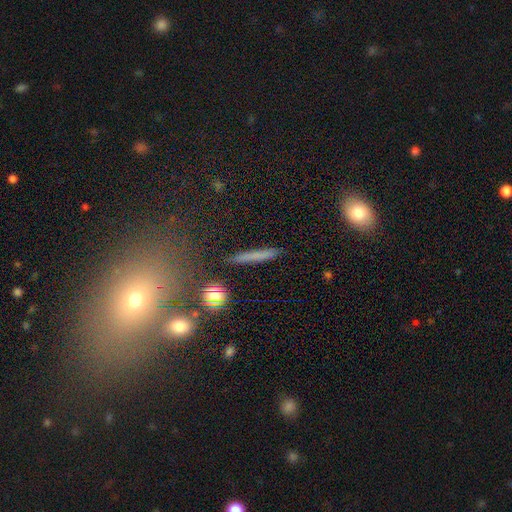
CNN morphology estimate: A smooth galaxy with no disk features (65%) that is cigar-shaped (92%).

Vote fractions:
- Smooth or featured? smooth: 65% / featured or disk: 25% / star or artifact: 10%
- How rounded? cigar-shaped: 92% / in between: 5% / round: 4%
- Merging? none: 87% / minor disturbance: 8% / merger: 2% / major disturbance: 2%